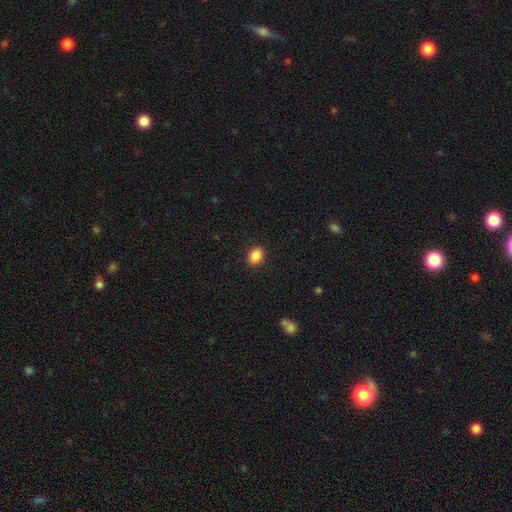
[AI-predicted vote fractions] This is clearly a smooth galaxy (88%). How rounded: likely in between (71%). Merging: clearly none (89%).